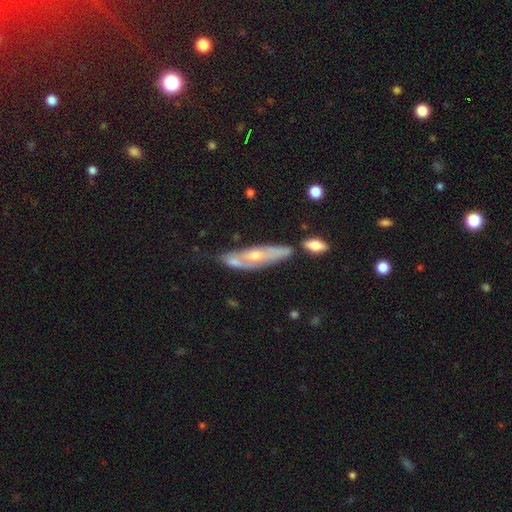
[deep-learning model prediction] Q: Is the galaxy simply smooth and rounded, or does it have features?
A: featured or disk — 62%.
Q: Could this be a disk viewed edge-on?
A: no — 59%.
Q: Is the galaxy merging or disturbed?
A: none — 47%.